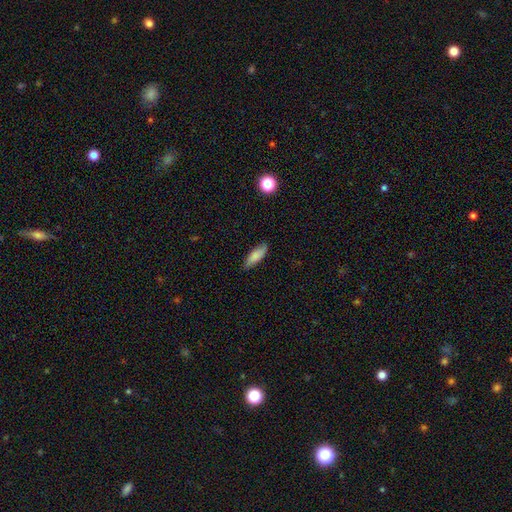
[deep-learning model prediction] Q: Smooth or featured?
A: smooth (82%); runner-up: featured or disk (11%)
Q: How rounded?
A: in between (60%); runner-up: cigar-shaped (39%)
Q: Merging?
A: none (80%); runner-up: minor disturbance (16%)